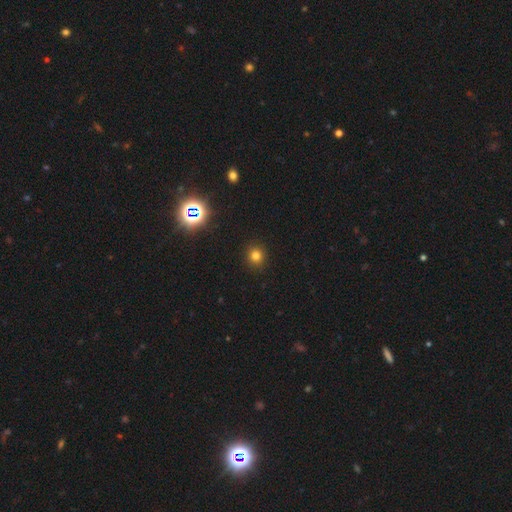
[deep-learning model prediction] smooth-or-featured: smooth: 76% | star or artifact: 18% | featured or disk: 5%
  how-rounded: round: 91% | in between: 8% | cigar-shaped: 1%
  merging: none: 91% | minor disturbance: 5% | major disturbance: 2% | merger: 1%